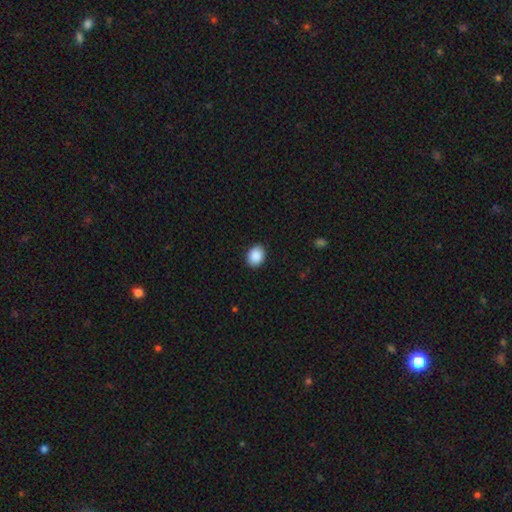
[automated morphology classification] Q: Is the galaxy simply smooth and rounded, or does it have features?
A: smooth — 90%.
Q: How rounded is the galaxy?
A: in between — 56%.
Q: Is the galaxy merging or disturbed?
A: none — 90%.